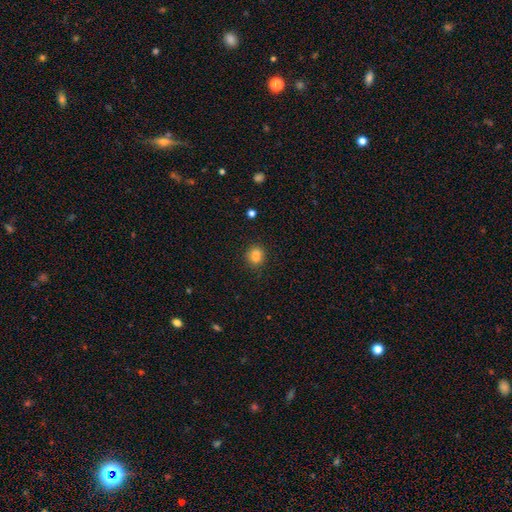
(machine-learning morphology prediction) This appears to be a smooth galaxy with no disk features (84%) that is round (64%). Merging: none (80%).